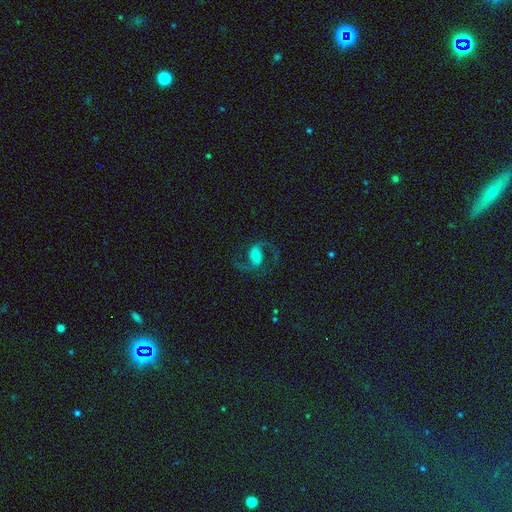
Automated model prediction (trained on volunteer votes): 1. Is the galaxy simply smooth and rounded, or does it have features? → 83% featured or disk, 9% smooth, 8% star or artifact.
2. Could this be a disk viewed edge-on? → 98% no, 2% yes.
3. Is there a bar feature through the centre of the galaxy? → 40% weak, 38% no, 22% strong.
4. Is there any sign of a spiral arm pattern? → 96% yes, 4% no.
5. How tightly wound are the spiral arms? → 51% medium, 42% loose, 8% tight.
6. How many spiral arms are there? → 93% 2, 2% 1, 2% can't tell, 1% 3, 1% 4, 1% more than 4.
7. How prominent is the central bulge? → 48% moderate, 34% small, 12% large, 4% none, 2% dominant.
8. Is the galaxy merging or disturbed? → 75% none, 12% minor disturbance, 11% major disturbance, 1% merger.